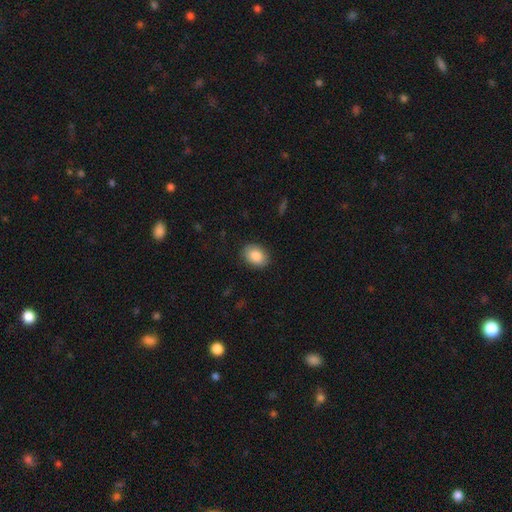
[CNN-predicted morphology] This appears to be a smooth galaxy with no disk features (86%) that is in between round and cigar-shaped (68%). Merging: none (87%).